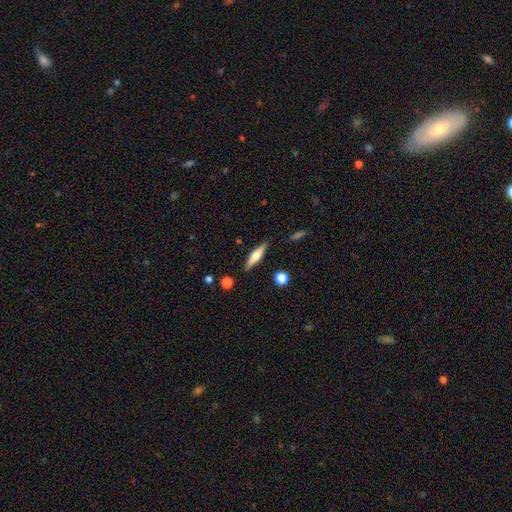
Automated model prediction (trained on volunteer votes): Morphology: type=smooth (47%, tied with featured or disk); merging=none (87%).